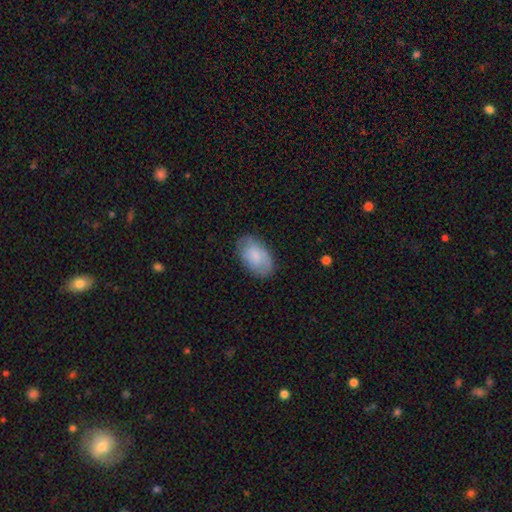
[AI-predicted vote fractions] A smooth galaxy with no disk features (76%) that is in between round and cigar-shaped (93%).

Vote fractions:
- Smooth or featured? smooth: 76% / featured or disk: 18% / star or artifact: 6%
- How rounded? in between: 93% / round: 6% / cigar-shaped: 1%
- Merging? none: 77% / minor disturbance: 18% / major disturbance: 4% / merger: 1%